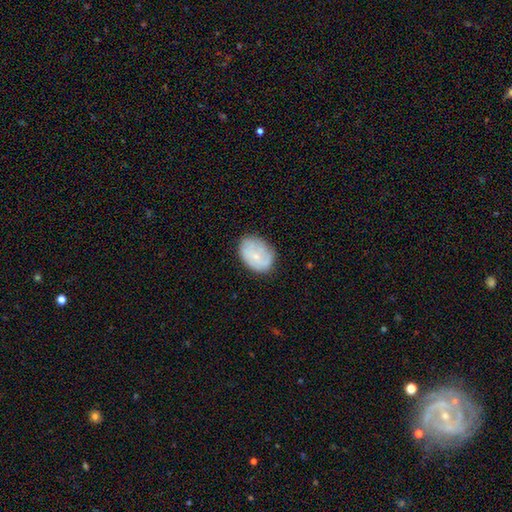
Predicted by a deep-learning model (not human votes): Smooth or featured: smooth — 63% (featured or disk — 30%)
How rounded: in between — 77% (round — 22%)
Merging: none — 71% (minor disturbance — 23%)